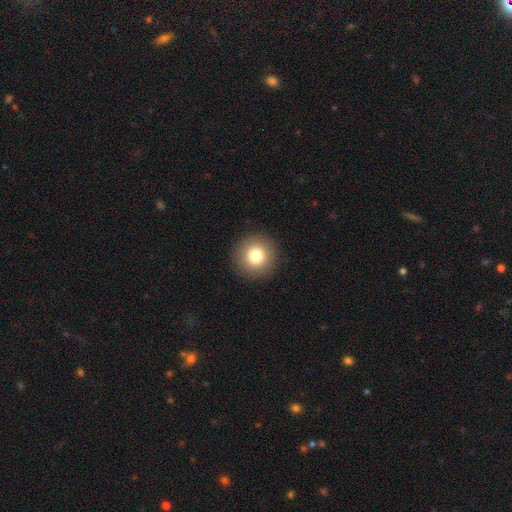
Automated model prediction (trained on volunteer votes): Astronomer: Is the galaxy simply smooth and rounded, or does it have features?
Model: smooth — 79%.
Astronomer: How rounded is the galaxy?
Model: round — 96%.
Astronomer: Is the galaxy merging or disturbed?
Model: none — 92%.